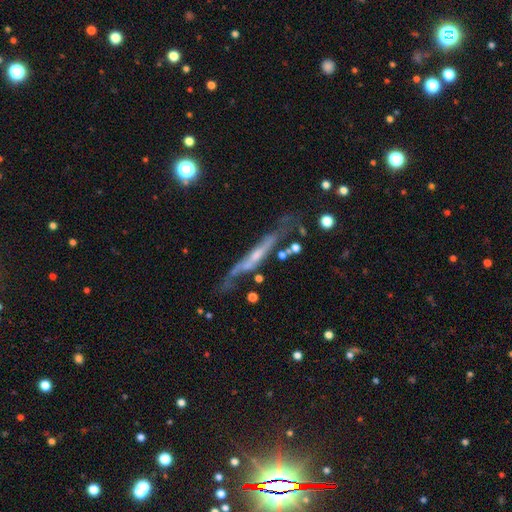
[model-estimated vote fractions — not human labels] Q: Smooth or featured?
A: featured or disk (74%); runner-up: smooth (18%)
Q: Edge-on disk?
A: yes (74%); runner-up: no (26%)
Q: Edge-on bulge?
A: none (47%); runner-up: rounded (42%)
Q: Merging?
A: none (53%); runner-up: minor disturbance (25%)